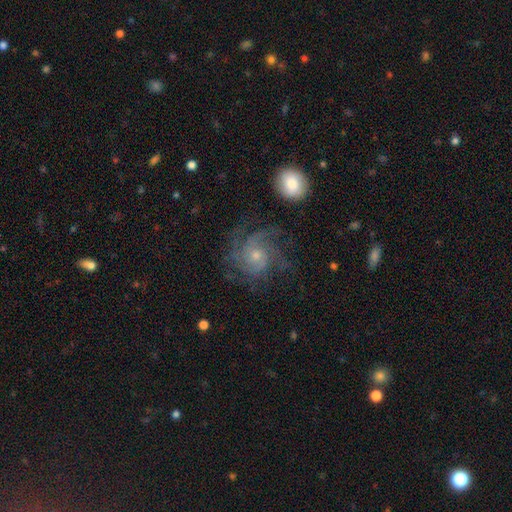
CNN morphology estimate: A featured or disk galaxy (82%) with no bar (76%), 3 (36%) tight (45%) spiral arms (96%) and a small central bulge (54%). Merging: none (64%).